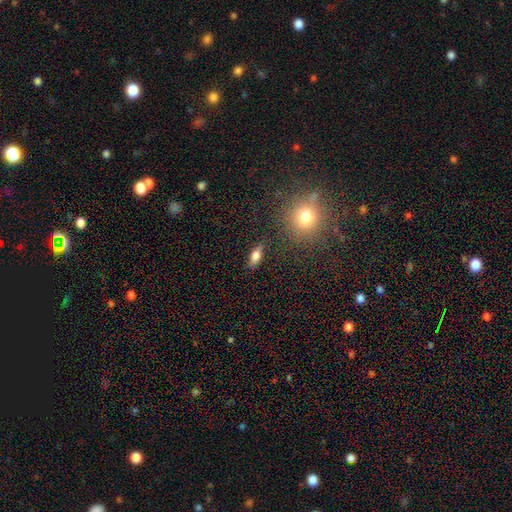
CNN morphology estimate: Overall: smooth (74%). How rounded: in between (75%). Merging: none (85%).